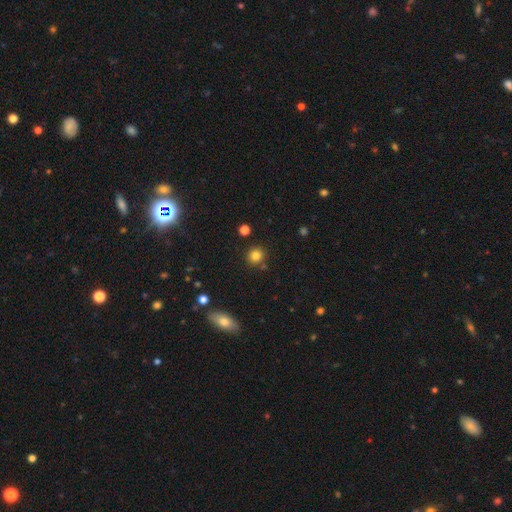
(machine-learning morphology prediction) smooth_or_featured: smooth (p=0.82) [alt: star or artifact p=0.13]
how_rounded: round (p=0.91) [alt: in between p=0.08]
merging: none (p=0.84) [alt: minor disturbance p=0.08]